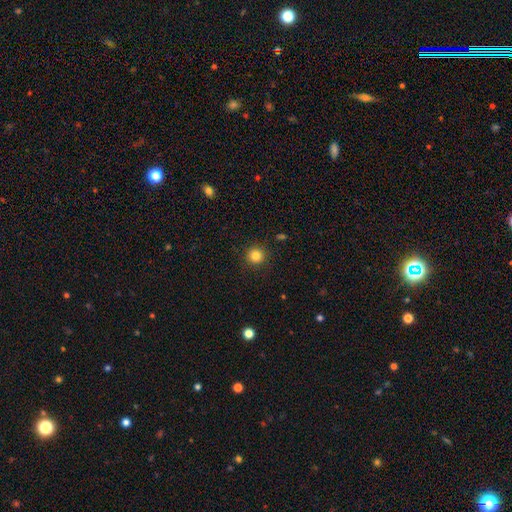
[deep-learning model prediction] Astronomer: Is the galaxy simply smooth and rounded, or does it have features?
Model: smooth — 83%.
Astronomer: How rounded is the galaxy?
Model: round — 94%.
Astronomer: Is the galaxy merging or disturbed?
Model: none — 91%.